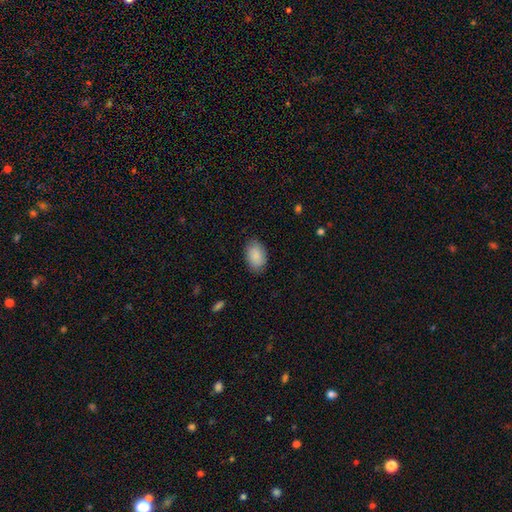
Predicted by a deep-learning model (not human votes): smooth_or_featured: smooth (p=0.90) [alt: star or artifact p=0.06]
how_rounded: in between (p=0.91) [alt: round p=0.08]
merging: none (p=0.85) [alt: minor disturbance p=0.11]